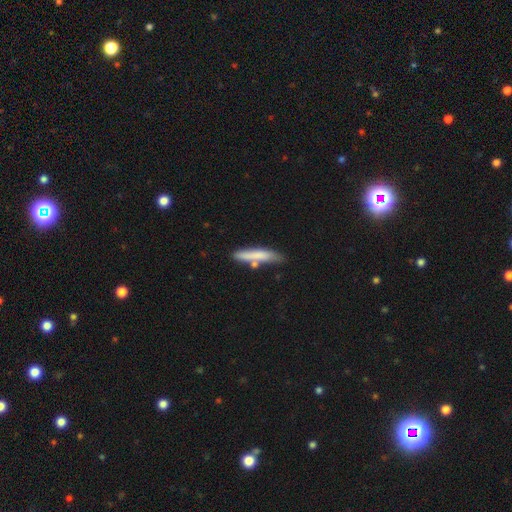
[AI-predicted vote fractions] Smooth or featured? Predicted: smooth (p=0.73). How rounded? Predicted: cigar-shaped (p=0.88). Merging? Predicted: none (p=0.65).